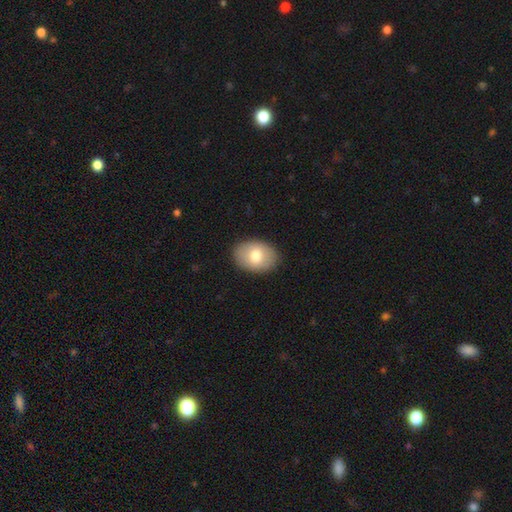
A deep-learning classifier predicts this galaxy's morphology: A smooth galaxy with no disk features (76%) that is in between round and cigar-shaped (79%). Merging: none (88%).